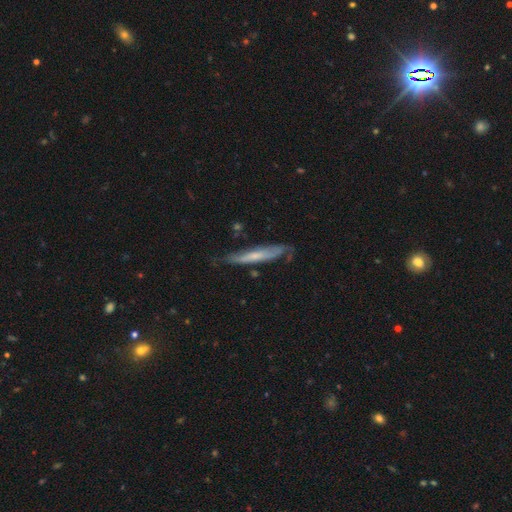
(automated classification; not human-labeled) Smooth or featured? featured or disk (55%)
Edge-on disk? yes (72%)
Merging? none (64%)